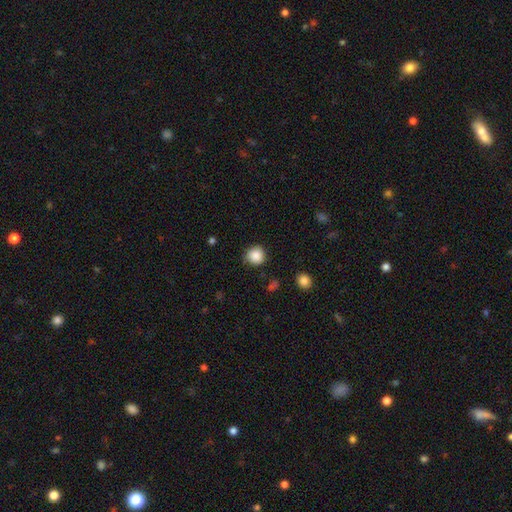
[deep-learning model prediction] smooth 86%, star or artifact 10%, featured or disk 4%. Down the decision tree: how rounded — round (91%); merging — none (83%).